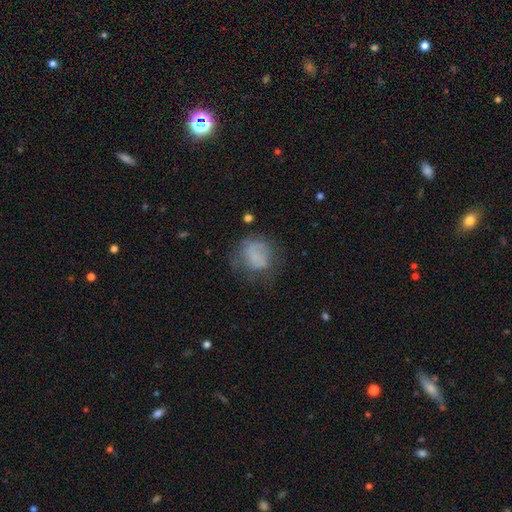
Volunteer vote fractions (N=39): Overall: smooth (85%). How rounded: round (82%). Merging: none (57%; minor disturbance 22%).